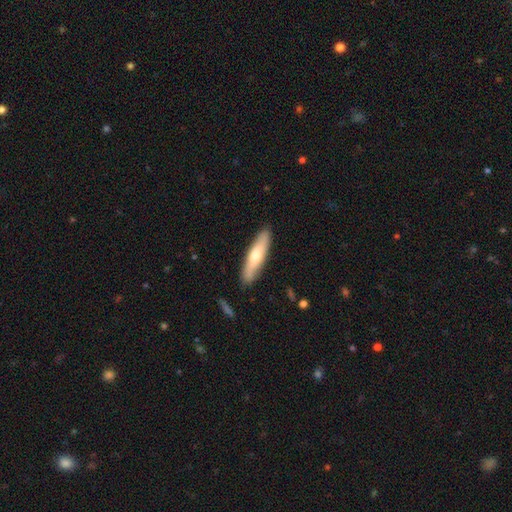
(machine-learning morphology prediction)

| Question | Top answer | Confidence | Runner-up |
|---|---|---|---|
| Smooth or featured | smooth | 60% | featured or disk (34%) |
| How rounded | cigar-shaped | 77% | in between (21%) |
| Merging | none | 87% | minor disturbance (10%) |